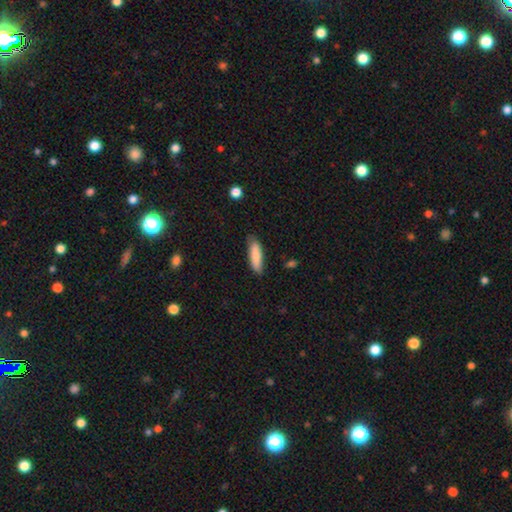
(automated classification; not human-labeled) Smooth or featured? Predicted: smooth (p=0.85). How rounded? Predicted: cigar-shaped (p=0.57). Merging? Predicted: none (p=0.78).